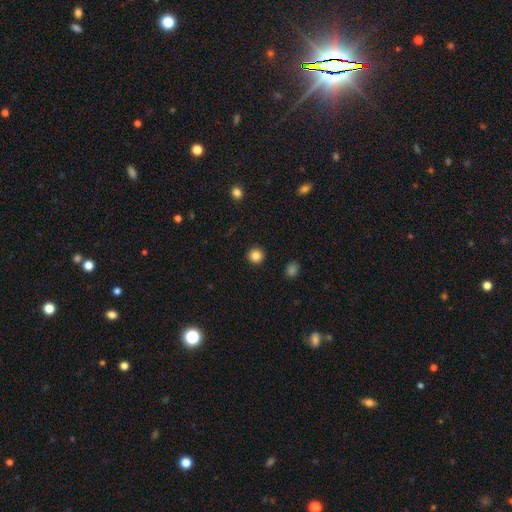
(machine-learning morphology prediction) This is clearly a smooth galaxy (85%). How rounded: clearly round (95%). Merging: clearly none (93%).